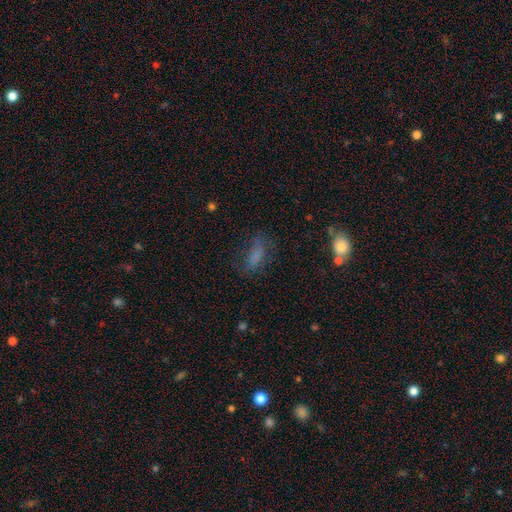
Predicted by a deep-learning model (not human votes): This is likely a smooth galaxy (69%). How rounded: likely in between (79%). Merging: possibly none (55%).